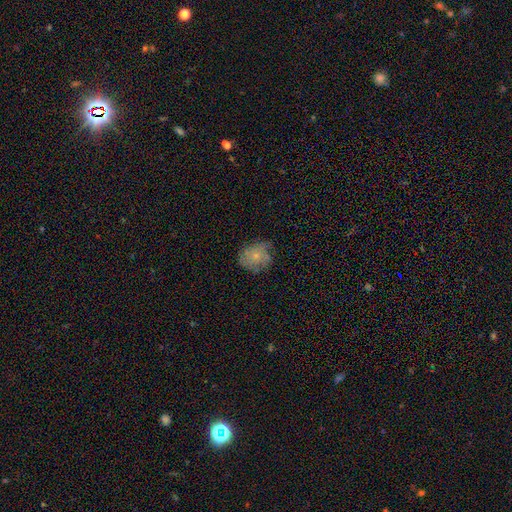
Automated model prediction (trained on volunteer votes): The model was most divided on "smooth or featured": smooth: 56%, featured or disk: 34%, star or artifact: 10%. More confident: merging — none (66%); how rounded — round (64%).